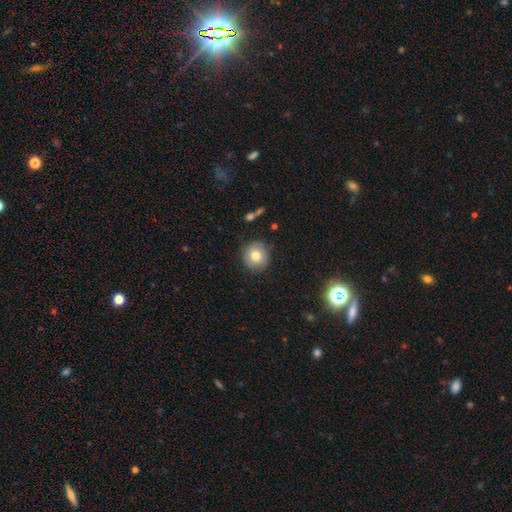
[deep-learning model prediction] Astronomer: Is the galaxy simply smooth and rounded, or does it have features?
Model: smooth — 76%.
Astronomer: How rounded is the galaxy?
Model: round — 91%.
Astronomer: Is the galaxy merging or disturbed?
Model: none — 85%.